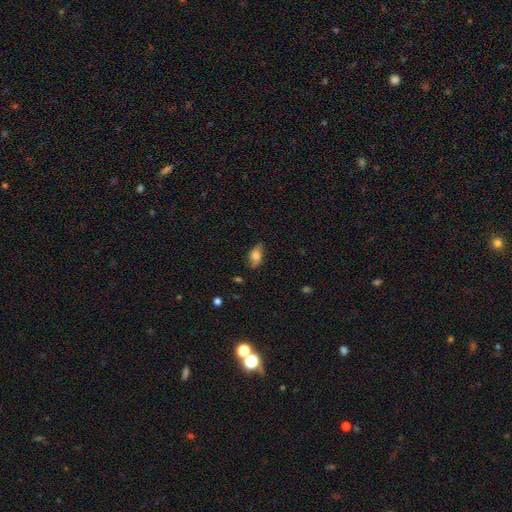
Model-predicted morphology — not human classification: smooth 66%, featured or disk 25%, star or artifact 9%. Down the decision tree: how rounded — in between (85%); merging — none (75%).